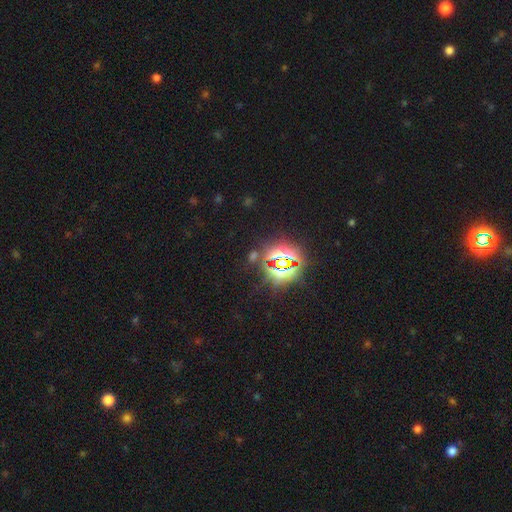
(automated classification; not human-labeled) Smooth or featured: star or artifact — 80% (smooth — 12%)